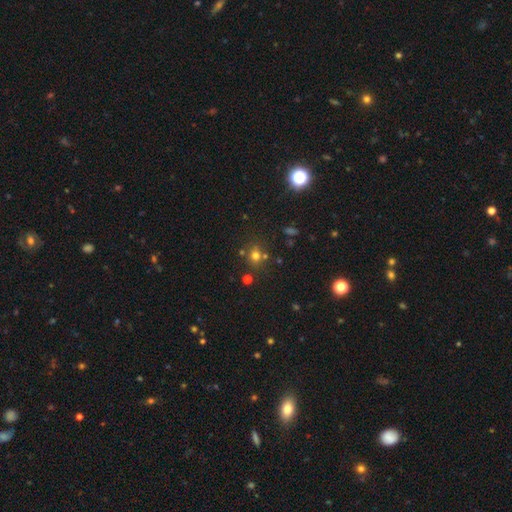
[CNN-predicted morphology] This appears to be a smooth galaxy with no disk features (66%) that is round (81%). Merging: none (70%).